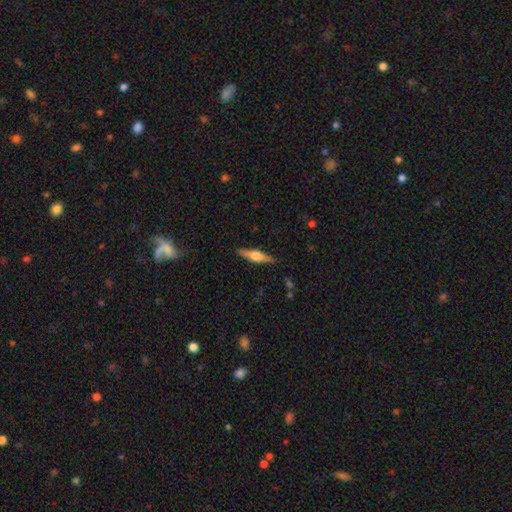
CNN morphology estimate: Smooth or featured: featured or disk — 65% (smooth — 29%)
Edge-on disk: yes — 97% (no — 3%)
Edge-on bulge: rounded — 86% (boxy — 12%)
Merging: none — 89% (minor disturbance — 8%)